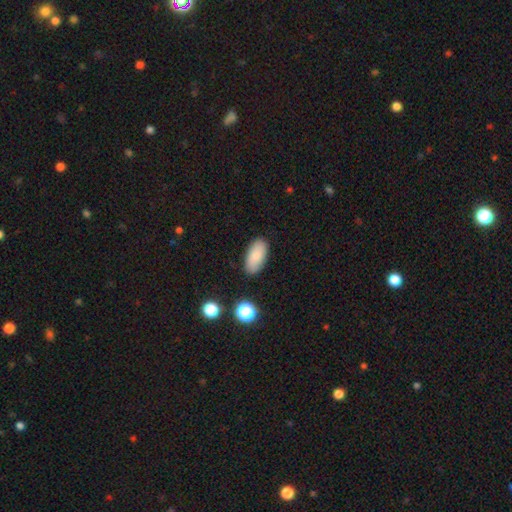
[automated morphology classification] Smooth or featured? Predicted: smooth (p=0.84). How rounded? Predicted: in between (p=0.93). Merging? Predicted: none (p=0.87).